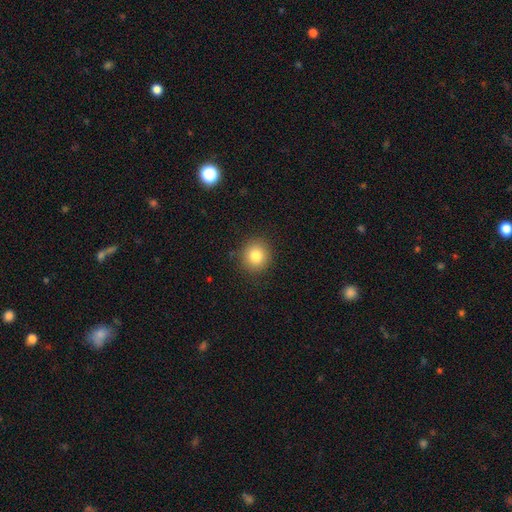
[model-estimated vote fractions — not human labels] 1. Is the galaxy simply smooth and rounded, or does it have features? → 82% smooth, 10% star or artifact, 7% featured or disk.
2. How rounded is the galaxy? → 87% round, 12% in between, 1% cigar-shaped.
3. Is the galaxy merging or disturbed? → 89% none, 7% minor disturbance, 2% major disturbance, 1% merger.